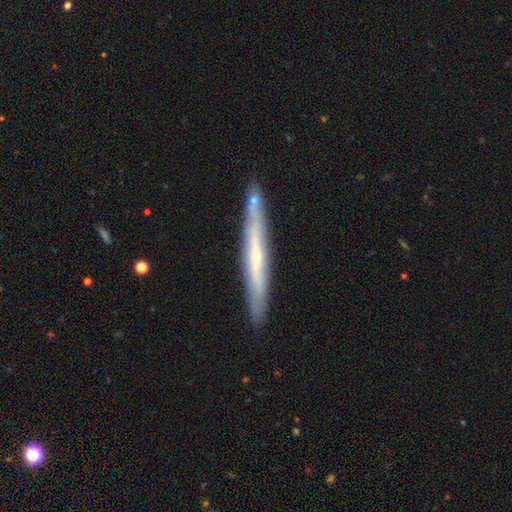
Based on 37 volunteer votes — smooth_or_featured: featured or disk (p=0.54) [alt: smooth p=0.46]
disk_edge_on: yes (p=0.95) [alt: no p=0.05]
edge_on_bulge: none (p=0.58) [alt: rounded p=0.37]
merging: none (p=0.86) [alt: minor disturbance p=0.08]